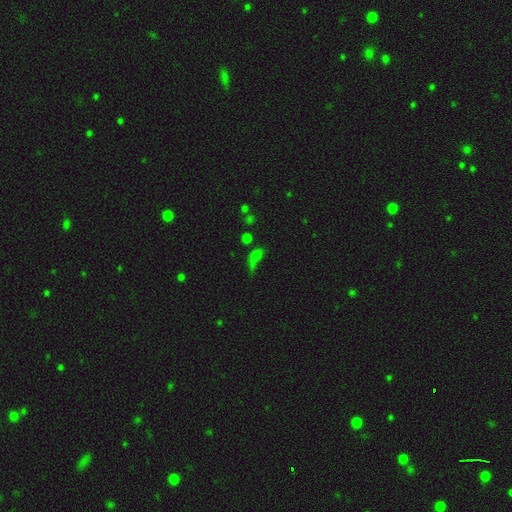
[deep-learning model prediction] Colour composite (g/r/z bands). It shows a smooth galaxy with no disk features (53%) that is in between round and cigar-shaped (56%). Merging: major disturbance (33%).